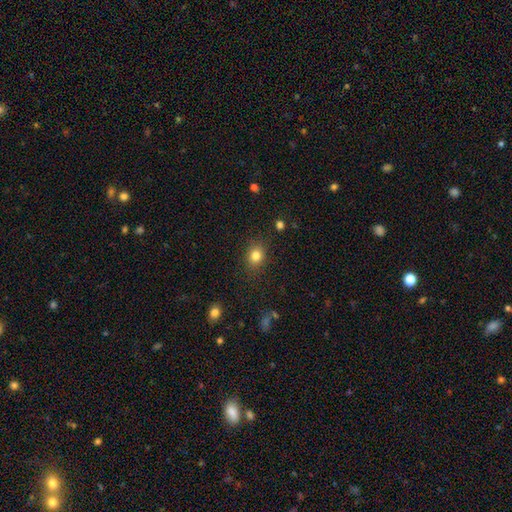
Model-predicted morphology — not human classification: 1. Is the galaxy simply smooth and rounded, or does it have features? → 82% smooth, 12% star or artifact, 6% featured or disk.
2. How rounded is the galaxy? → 61% round, 38% in between, 1% cigar-shaped.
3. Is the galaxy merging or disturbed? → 85% none, 11% minor disturbance, 3% major disturbance, 1% merger.